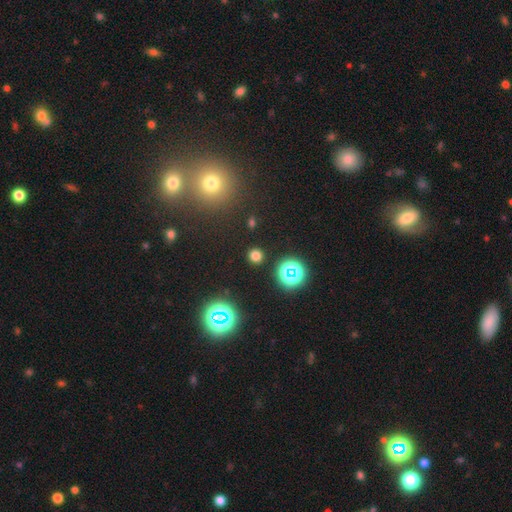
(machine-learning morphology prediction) This is likely a smooth galaxy (68%). How rounded: clearly round (92%). Merging: clearly none (90%).